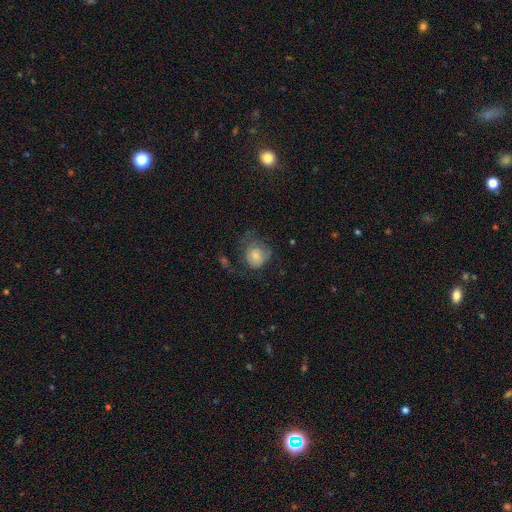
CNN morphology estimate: Smooth or featured? Predicted: smooth (p=0.66). How rounded? Predicted: round (p=0.70). Merging? Predicted: major disturbance (p=0.39).